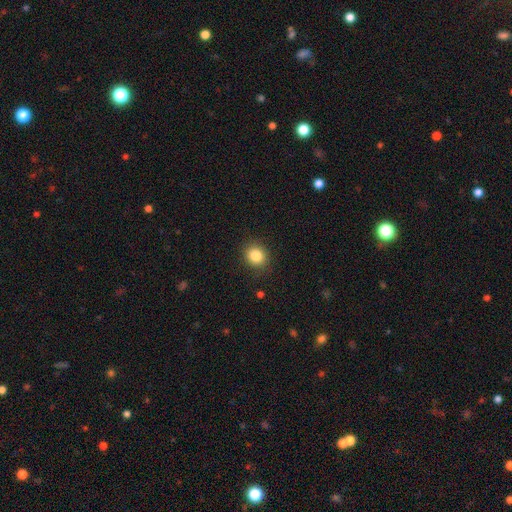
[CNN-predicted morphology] Q: Smooth or featured?
A: smooth (85%); runner-up: star or artifact (10%)
Q: How rounded?
A: round (80%); runner-up: in between (19%)
Q: Merging?
A: none (89%); runner-up: minor disturbance (8%)